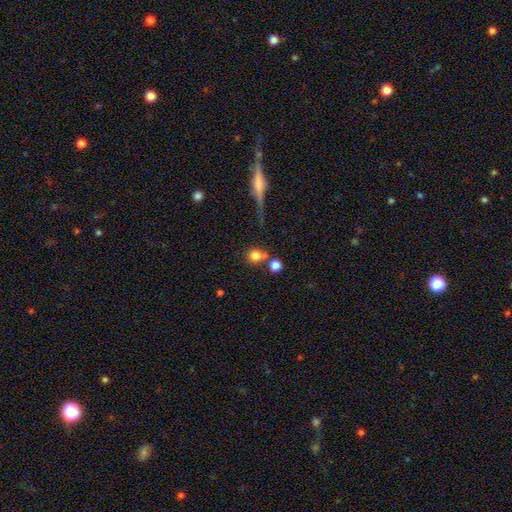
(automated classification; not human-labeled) A smooth galaxy with no disk features (79%) that is round (85%).

Vote fractions:
- Smooth or featured? smooth: 79% / star or artifact: 11% / featured or disk: 10%
- How rounded? round: 85% / in between: 13% / cigar-shaped: 2%
- Merging? none: 55% / merger: 32% / minor disturbance: 9% / major disturbance: 5%